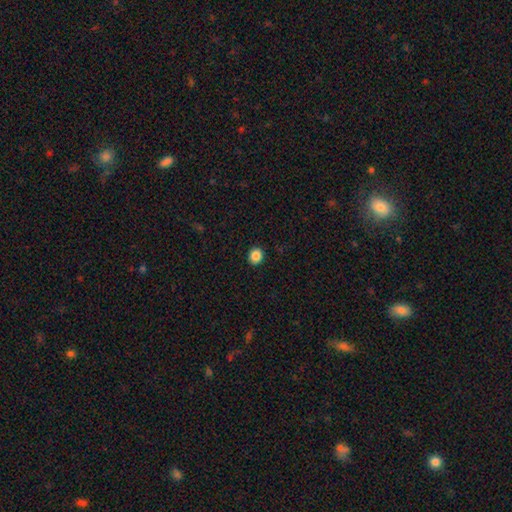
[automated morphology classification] A smooth galaxy with no disk features (86%) that is round (72%). Merging: none (92%).